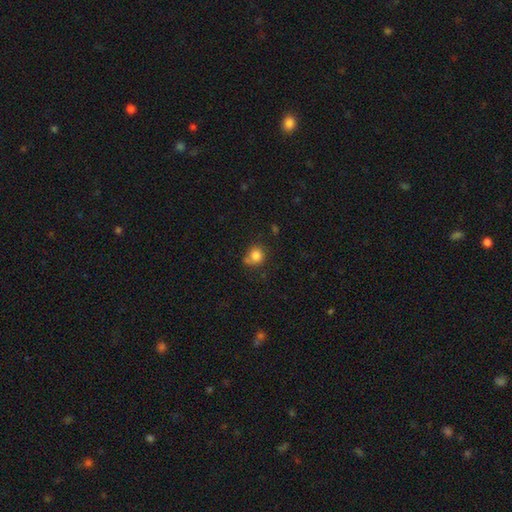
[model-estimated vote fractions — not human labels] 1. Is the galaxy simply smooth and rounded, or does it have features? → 82% smooth, 11% star or artifact, 7% featured or disk.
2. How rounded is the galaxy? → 83% round, 16% in between, 1% cigar-shaped.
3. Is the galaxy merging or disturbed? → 59% none, 20% minor disturbance, 14% merger, 6% major disturbance.